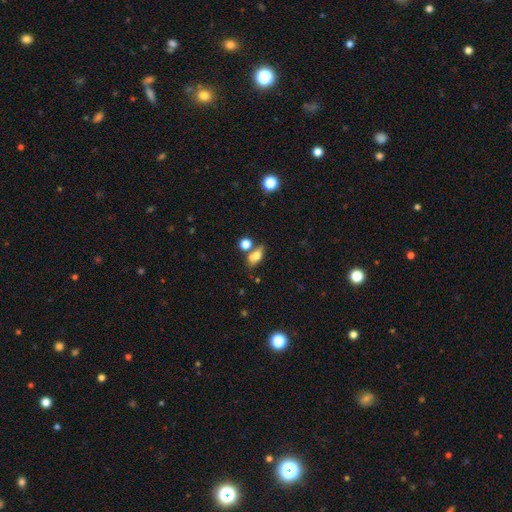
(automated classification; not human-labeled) This is likely a smooth galaxy (69%). How rounded: likely in between (74%). Merging: possibly none (52%).